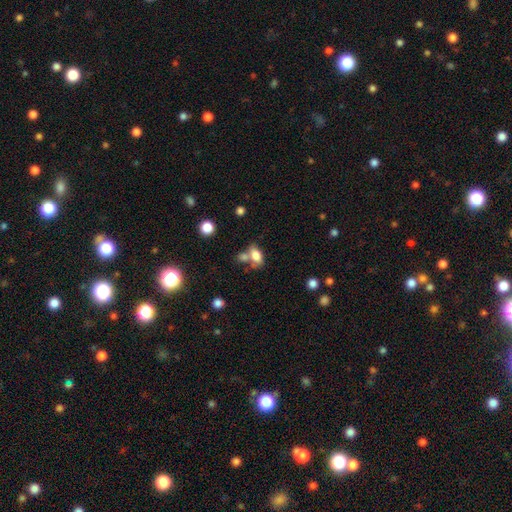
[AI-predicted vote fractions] smooth_or_featured: smooth (p=0.77) [alt: featured or disk p=0.13]
how_rounded: in between (p=0.87) [alt: round p=0.10]
merging: none (p=0.45) [alt: merger p=0.35]